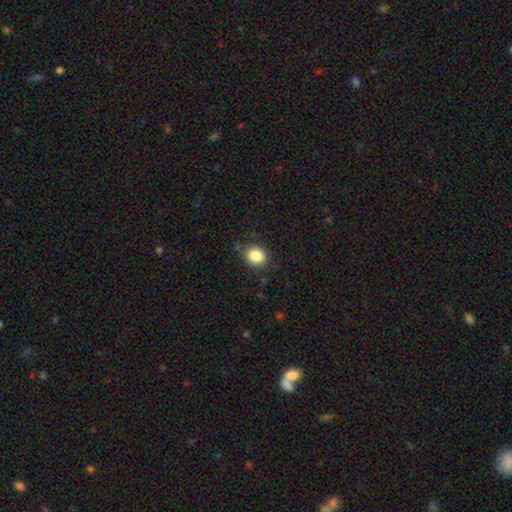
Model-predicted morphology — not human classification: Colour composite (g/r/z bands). It shows a smooth galaxy with no disk features (86%) that is round (68%). Merging: none (84%).